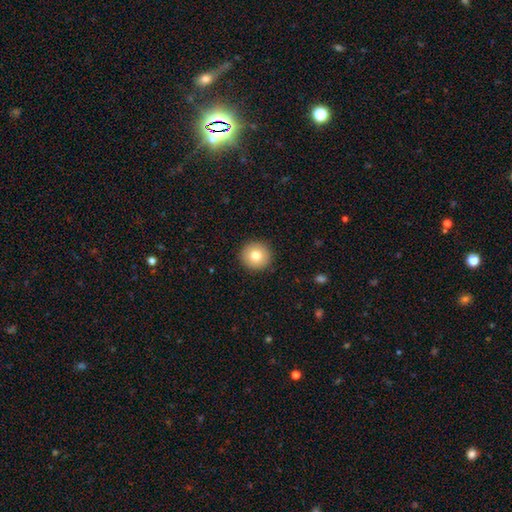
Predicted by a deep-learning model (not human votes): Morphology: type=smooth (79%); roundness=round (94%); merging=none (92%).